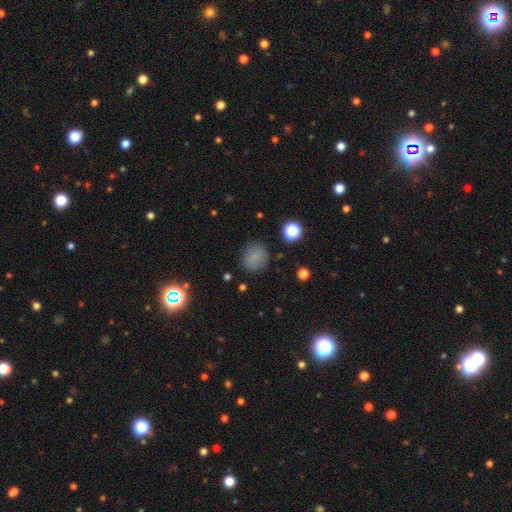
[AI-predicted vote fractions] Q: Smooth or featured?
A: smooth (80%); runner-up: star or artifact (14%)
Q: How rounded?
A: round (83%); runner-up: in between (16%)
Q: Merging?
A: none (84%); runner-up: minor disturbance (11%)